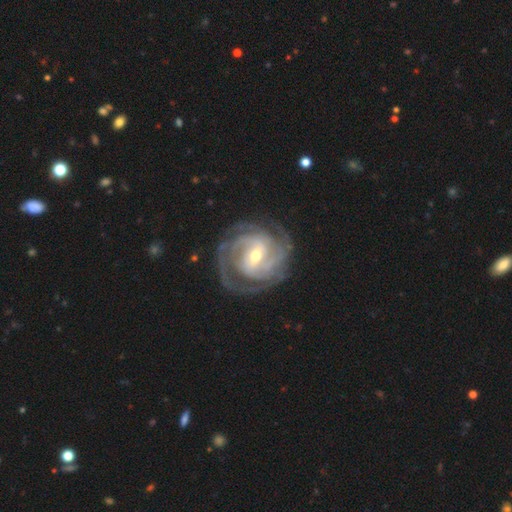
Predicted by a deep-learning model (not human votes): Smooth or featured? Predicted: featured or disk (p=0.91). Edge-on disk? Predicted: no (p=0.97). Bar? Predicted: weak (p=0.47). Spiral arms? Predicted: yes (p=0.97). Spiral winding? Predicted: tight (p=0.68). Spiral arm count? Predicted: 2 (p=0.31). Bulge size? Predicted: moderate (p=0.55). Merging? Predicted: none (p=0.79).